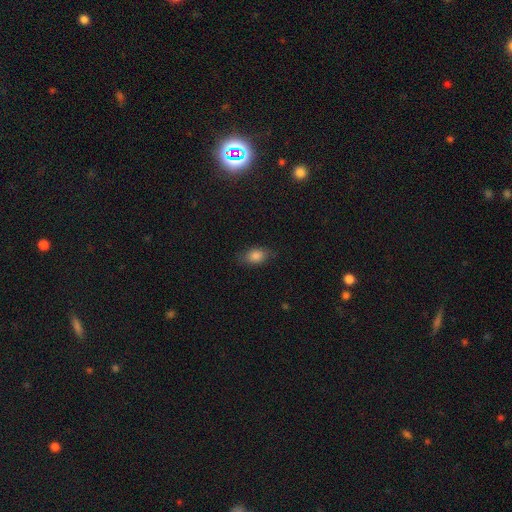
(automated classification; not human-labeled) smooth-or-featured: smooth: 82% | star or artifact: 9% | featured or disk: 9%
  how-rounded: in between: 82% | round: 15% | cigar-shaped: 3%
  merging: none: 77% | minor disturbance: 18% | major disturbance: 4% | merger: 1%